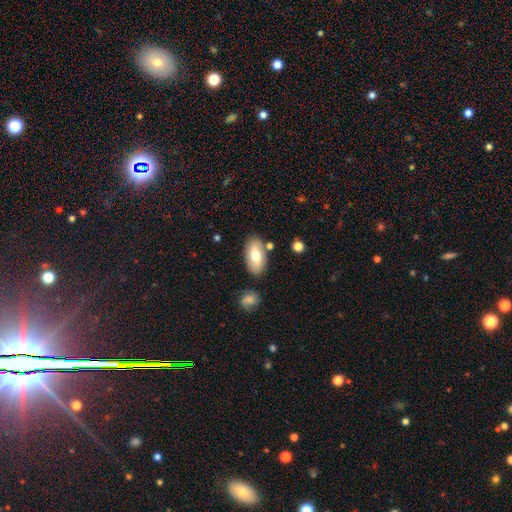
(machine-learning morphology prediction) A smooth galaxy with no disk features (69%) that is in between round and cigar-shaped (92%). Merging: none (80%).